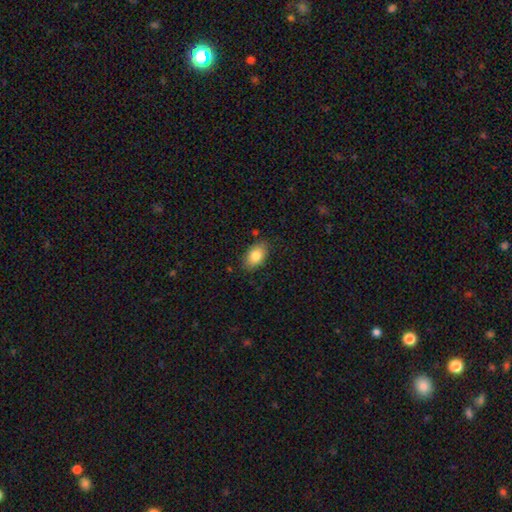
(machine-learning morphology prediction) Q: Smooth or featured?
A: smooth (84%); runner-up: featured or disk (9%)
Q: How rounded?
A: in between (91%); runner-up: round (8%)
Q: Merging?
A: none (82%); runner-up: minor disturbance (13%)